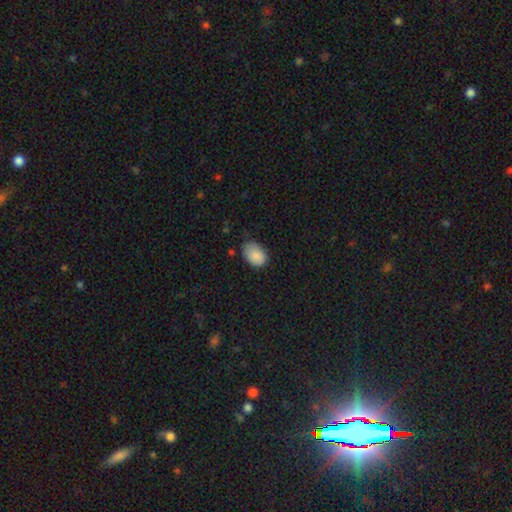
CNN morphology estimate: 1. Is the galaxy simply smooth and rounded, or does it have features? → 88% smooth, 7% star or artifact, 5% featured or disk.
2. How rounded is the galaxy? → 82% in between, 17% round, 1% cigar-shaped.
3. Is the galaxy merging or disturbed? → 64% none, 30% minor disturbance, 5% major disturbance, 2% merger.